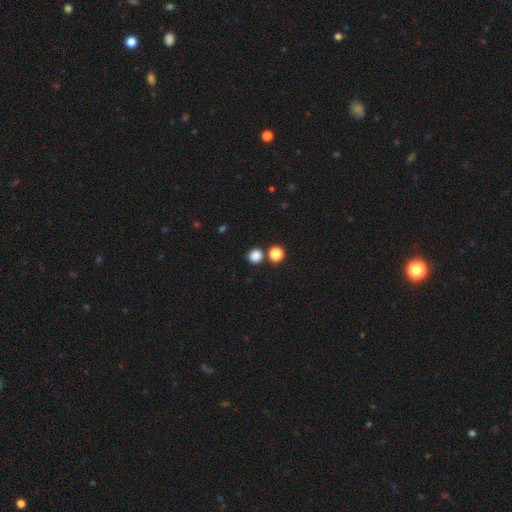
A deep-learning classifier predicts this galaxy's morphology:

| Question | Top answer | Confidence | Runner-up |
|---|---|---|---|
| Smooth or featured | smooth | 84% | star or artifact (13%) |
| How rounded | round | 90% | in between (9%) |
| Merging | none | 79% | merger (11%) |